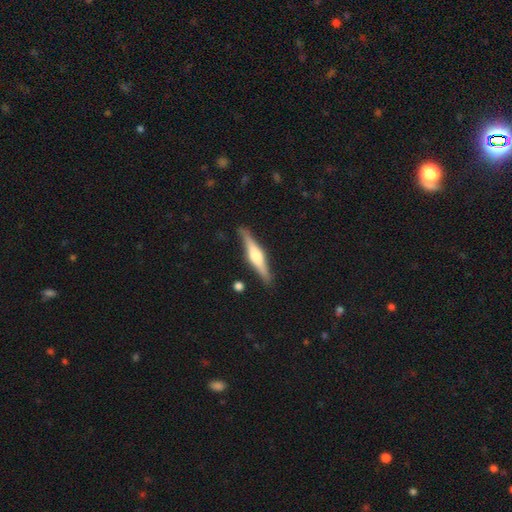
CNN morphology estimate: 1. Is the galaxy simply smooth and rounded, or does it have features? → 68% featured or disk, 27% smooth, 5% star or artifact.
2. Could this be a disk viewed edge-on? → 97% yes, 3% no.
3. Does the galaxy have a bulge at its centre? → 87% rounded, 9% boxy, 4% none.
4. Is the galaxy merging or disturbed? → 86% none, 10% minor disturbance, 2% major disturbance, 2% merger.